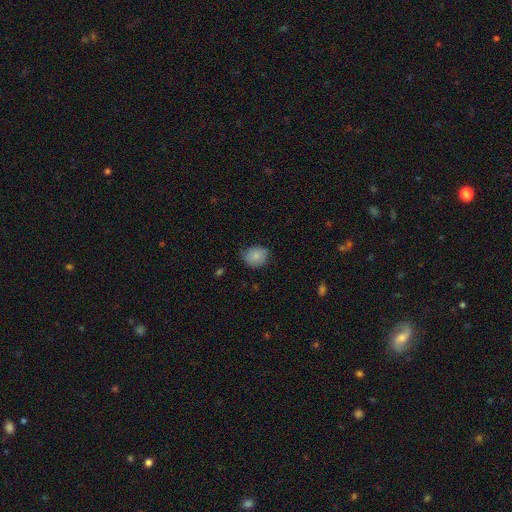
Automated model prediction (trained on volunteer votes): Smooth or featured?
  - smooth: 84% *
  - star or artifact: 8%
  - featured or disk: 8%
How rounded?
  - round: 59% *
  - in between: 40%
  - cigar-shaped: 1%
Merging?
  - none: 68% *
  - minor disturbance: 26%
  - major disturbance: 5%
  - merger: 1%